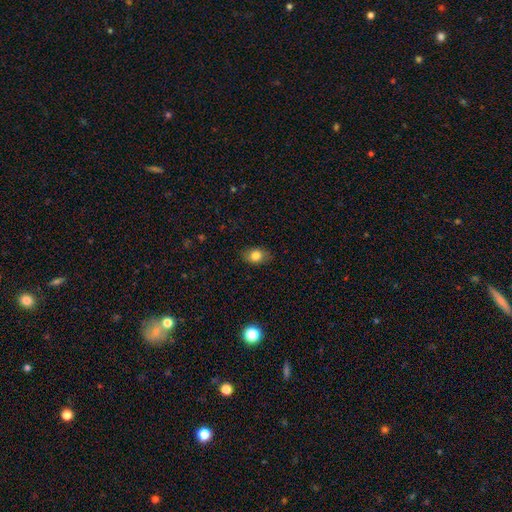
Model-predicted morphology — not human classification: Smooth or featured? smooth (81%)
How rounded? in between (72%)
Merging? none (84%)